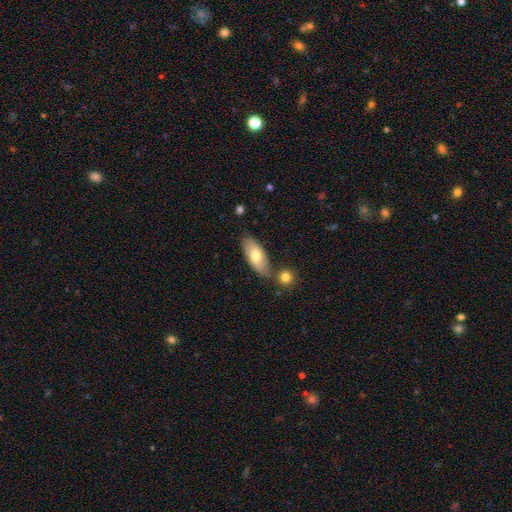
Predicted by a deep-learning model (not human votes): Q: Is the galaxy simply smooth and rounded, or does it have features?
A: smooth — 68%.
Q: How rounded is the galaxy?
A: in between — 83%.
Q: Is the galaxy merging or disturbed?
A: none — 66%.